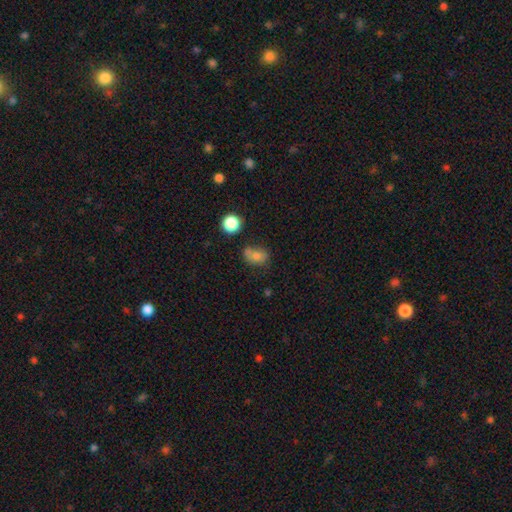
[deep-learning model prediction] The model was most divided on "how rounded": in between: 62%, round: 37%, cigar-shaped: 1%. Remaining: smooth or featured — smooth (74%); merging — none (49%).